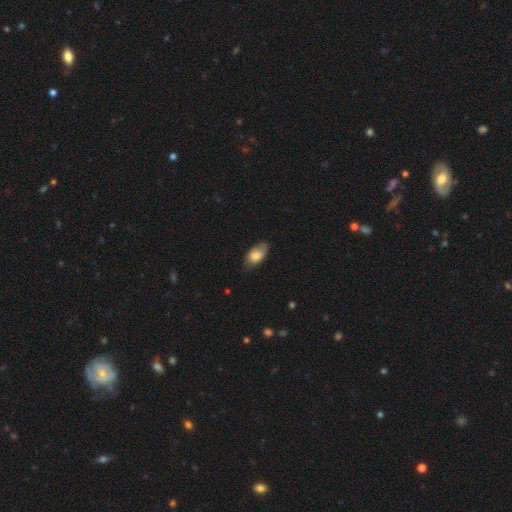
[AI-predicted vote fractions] smooth-or-featured: smooth: 76% | featured or disk: 17% | star or artifact: 7%
  how-rounded: in between: 92% | round: 5% | cigar-shaped: 3%
  merging: none: 69% | minor disturbance: 25% | major disturbance: 5% | merger: 1%